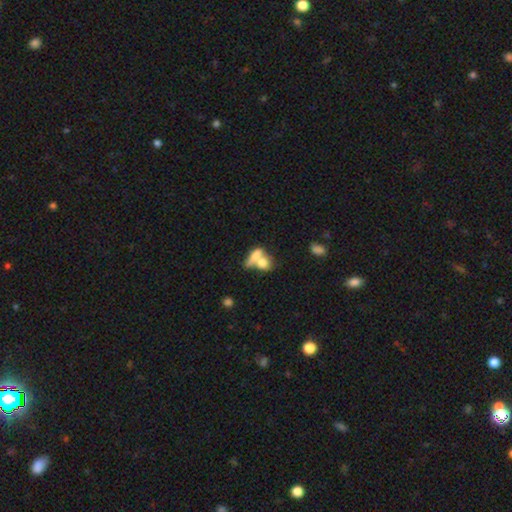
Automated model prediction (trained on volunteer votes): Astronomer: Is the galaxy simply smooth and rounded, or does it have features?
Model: smooth — 68%.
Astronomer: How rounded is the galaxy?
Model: in between — 62%.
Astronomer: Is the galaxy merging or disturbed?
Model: merger — 65%.